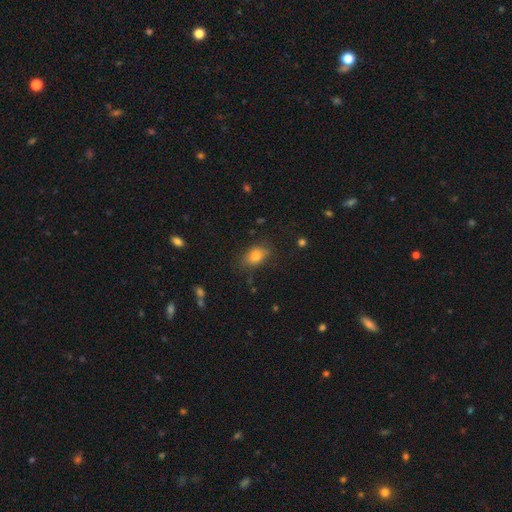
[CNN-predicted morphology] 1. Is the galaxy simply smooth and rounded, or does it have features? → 80% smooth, 10% featured or disk, 10% star or artifact.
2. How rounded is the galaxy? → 80% in between, 18% round, 2% cigar-shaped.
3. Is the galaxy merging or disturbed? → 77% none, 17% minor disturbance, 5% major disturbance, 2% merger.